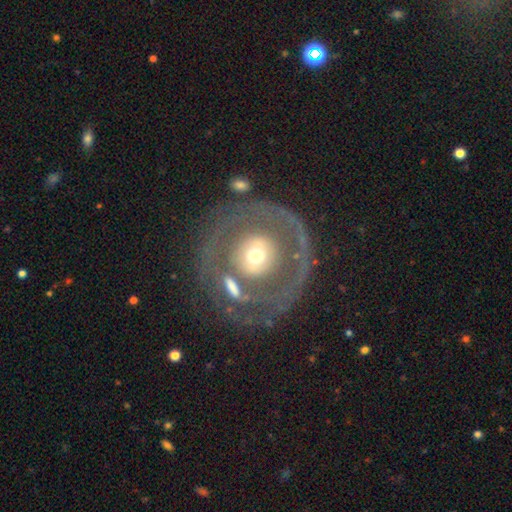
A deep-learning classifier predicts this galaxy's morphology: A featured or disk galaxy (62%) with no bar (76%), no spiral arms (66%) and a moderate central bulge (57%). Merging: none (62%).